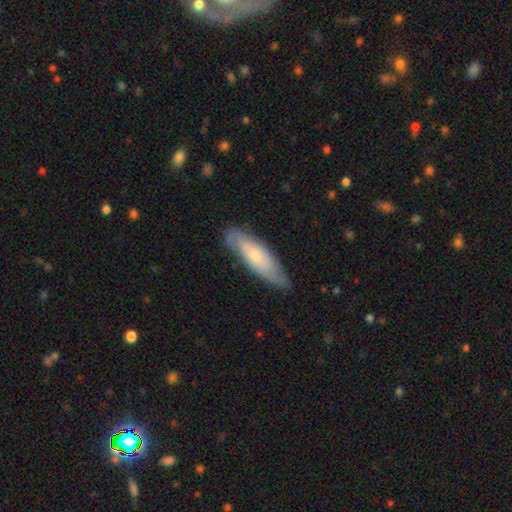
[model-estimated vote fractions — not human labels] The model was most divided on "smooth or featured": featured or disk: 48%, smooth: 46%, star or artifact: 5%. More confident: merging — none (74%).